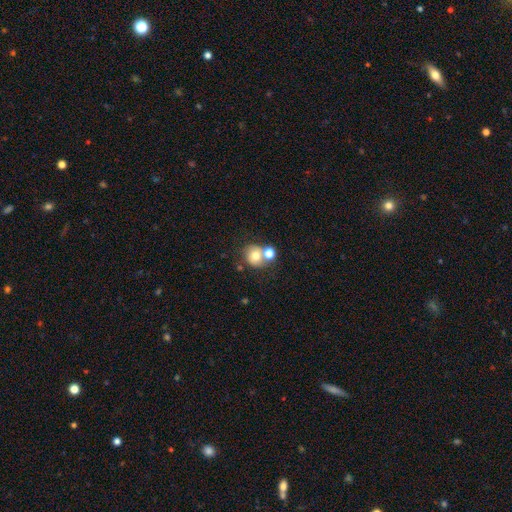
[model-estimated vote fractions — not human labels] A smooth galaxy with no disk features (70%) that is round (78%). Merging: none (46%).